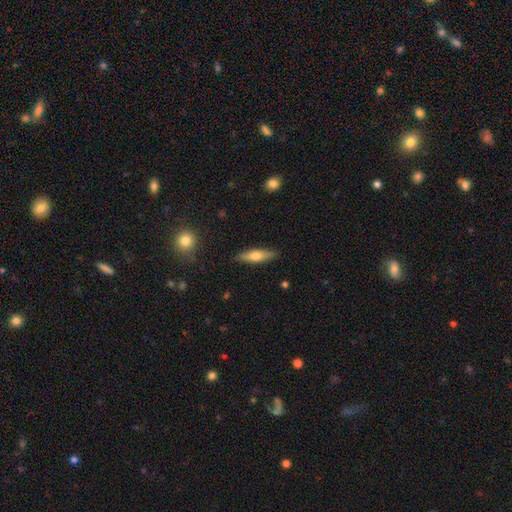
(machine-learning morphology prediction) smooth-or-featured: smooth: 54% | featured or disk: 39% | star or artifact: 6%
  how-rounded: cigar-shaped: 68% | in between: 30% | round: 2%
  merging: none: 87% | minor disturbance: 9% | major disturbance: 2% | merger: 1%